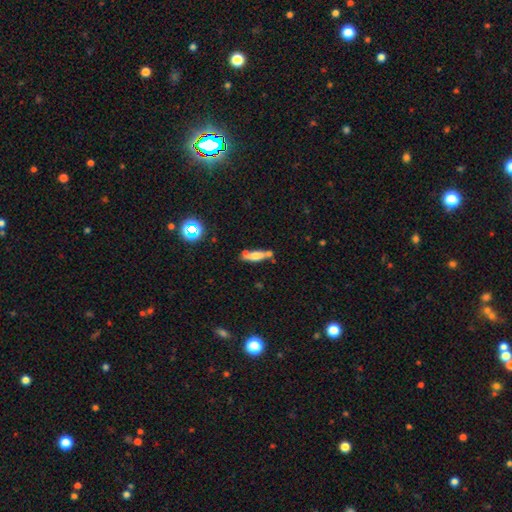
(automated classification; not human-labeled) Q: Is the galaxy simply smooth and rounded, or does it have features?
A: smooth — 55%.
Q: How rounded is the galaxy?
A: cigar-shaped — 56%.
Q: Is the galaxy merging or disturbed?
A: none — 53%.